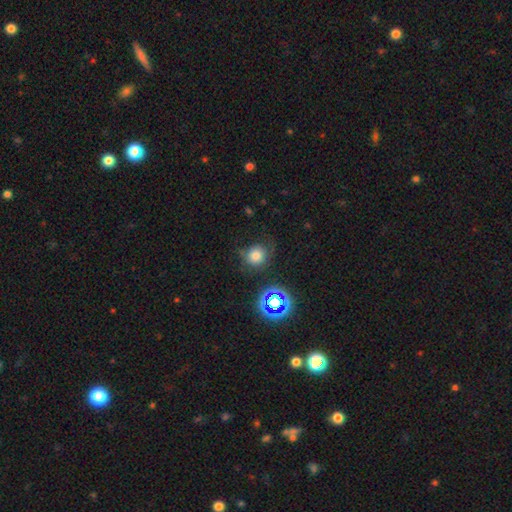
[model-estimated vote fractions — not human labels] A smooth galaxy with no disk features (72%) that is round (83%).

Vote fractions:
- Smooth or featured? smooth: 72% / star or artifact: 18% / featured or disk: 10%
- How rounded? round: 83% / in between: 16% / cigar-shaped: 1%
- Merging? none: 67% / minor disturbance: 20% / major disturbance: 9% / merger: 4%